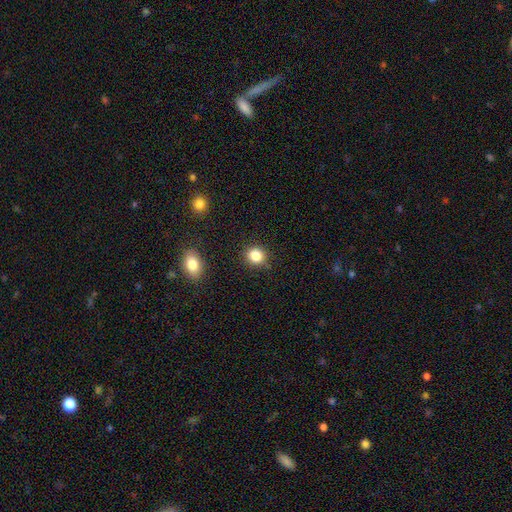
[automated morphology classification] This is clearly a smooth galaxy (84%). How rounded: clearly round (85%). Merging: clearly none (86%).